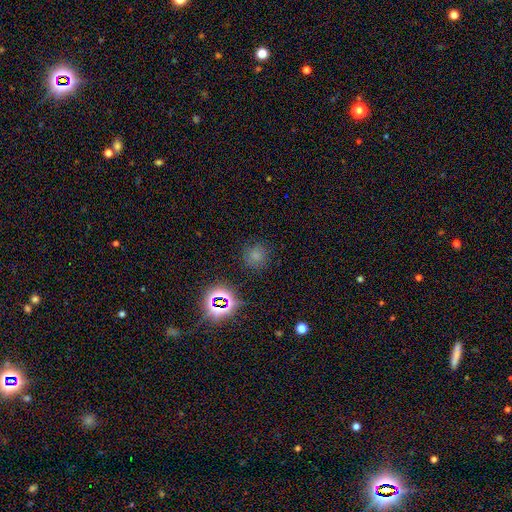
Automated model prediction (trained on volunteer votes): This is likely a smooth galaxy (66%). How rounded: clearly round (88%). Merging: clearly none (82%).